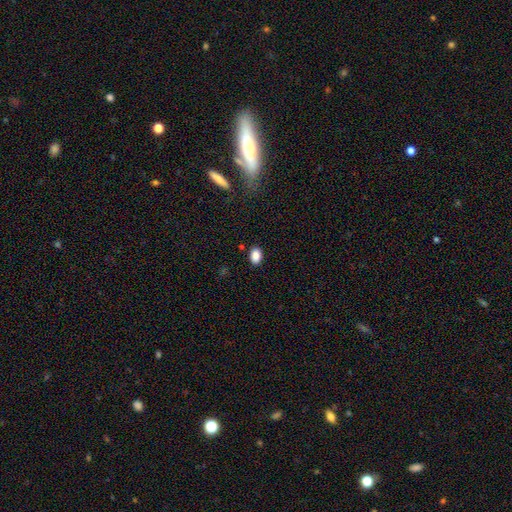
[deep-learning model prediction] Morphology: type=smooth (88%); roundness=in between (82%); merging=none (88%).